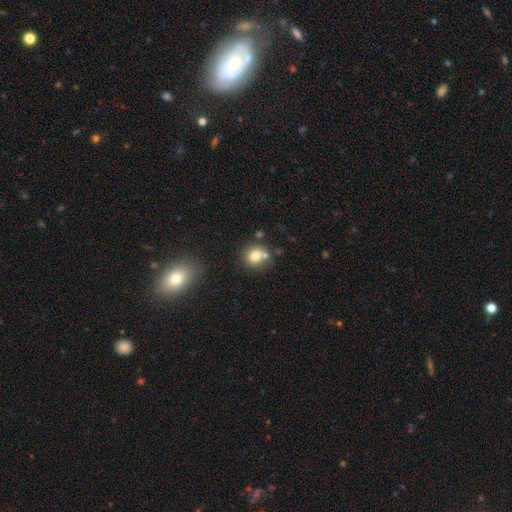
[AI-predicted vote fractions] Smooth or featured: smooth — 77% (star or artifact — 12%)
How rounded: round — 82% (in between — 17%)
Merging: none — 62% (merger — 23%)